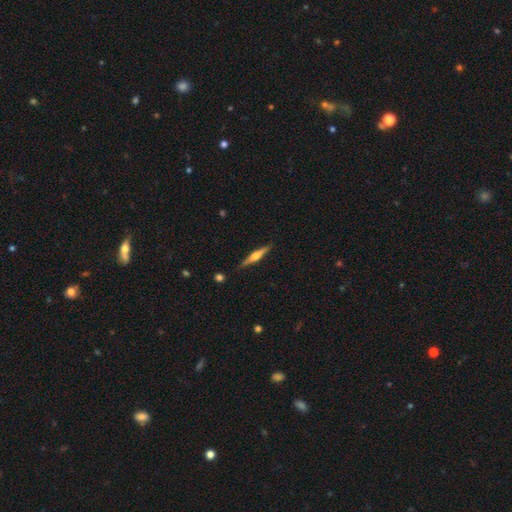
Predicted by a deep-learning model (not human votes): Smooth or featured? featured or disk (69%)
Edge-on disk? yes (98%)
Edge-on bulge? rounded (91%)
Merging? none (88%)